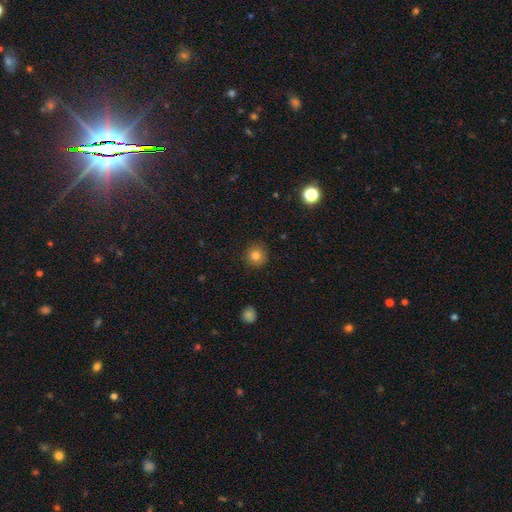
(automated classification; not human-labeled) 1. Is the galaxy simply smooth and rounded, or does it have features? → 80% smooth, 13% star or artifact, 8% featured or disk.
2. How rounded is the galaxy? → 93% round, 6% in between, 1% cigar-shaped.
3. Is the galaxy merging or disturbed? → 90% none, 7% minor disturbance, 2% major disturbance, 1% merger.